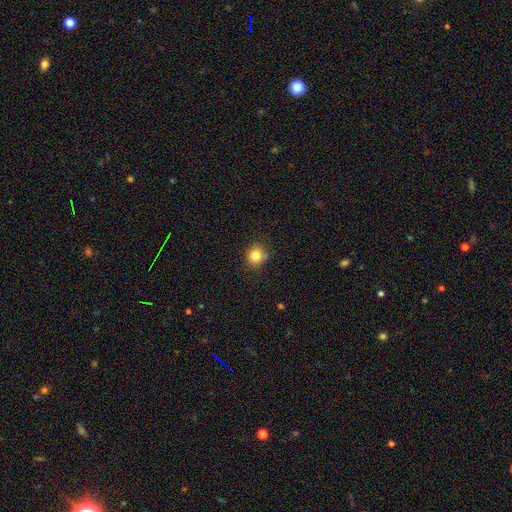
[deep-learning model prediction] A smooth galaxy with no disk features (82%) that is round (86%).

Vote fractions:
- Smooth or featured? smooth: 82% / star or artifact: 12% / featured or disk: 6%
- How rounded? round: 86% / in between: 13% / cigar-shaped: 1%
- Merging? none: 83% / minor disturbance: 12% / major disturbance: 3% / merger: 2%